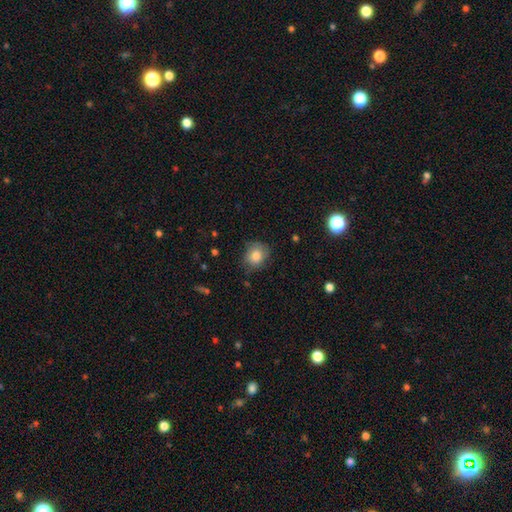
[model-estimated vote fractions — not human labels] Overall: smooth (81%). How rounded: round (69%; in between 30%). Merging: none (73%).